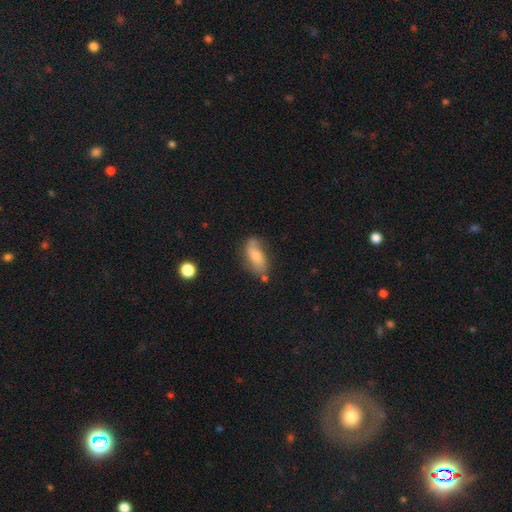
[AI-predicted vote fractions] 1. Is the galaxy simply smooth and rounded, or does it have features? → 62% smooth, 30% featured or disk, 8% star or artifact.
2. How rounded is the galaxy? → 81% in between, 15% cigar-shaped, 4% round.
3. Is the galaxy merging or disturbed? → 61% none, 24% minor disturbance, 8% merger, 7% major disturbance.